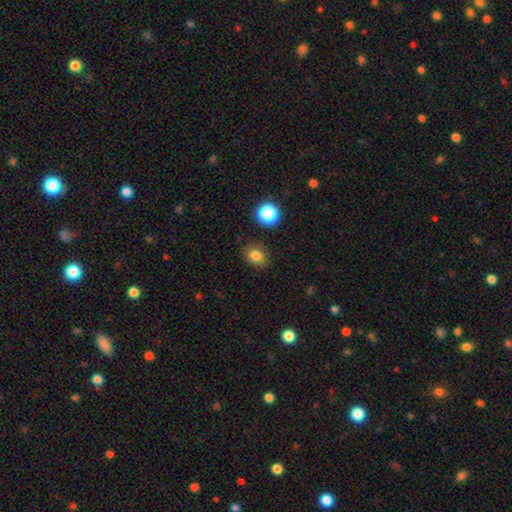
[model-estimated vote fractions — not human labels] Smooth or featured?
  - smooth: 81% *
  - star or artifact: 13%
  - featured or disk: 6%
How rounded?
  - in between: 50% *
  - round: 49%
  - cigar-shaped: 1%
Merging?
  - none: 85% *
  - minor disturbance: 10%
  - major disturbance: 3%
  - merger: 2%